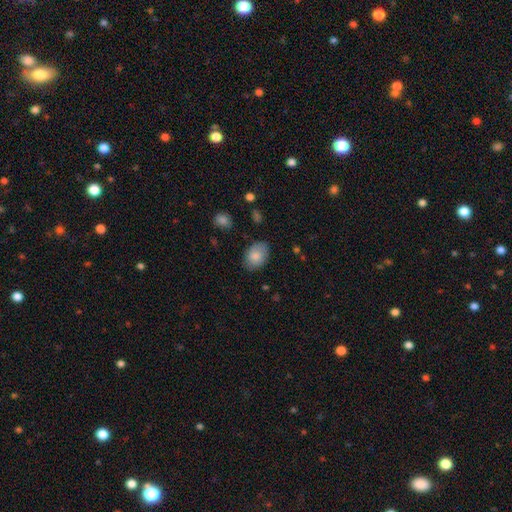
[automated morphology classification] Smooth or featured?
  - smooth: 82% *
  - featured or disk: 11%
  - star or artifact: 7%
How rounded?
  - in between: 81% *
  - round: 18%
  - cigar-shaped: 1%
Merging?
  - none: 77% *
  - minor disturbance: 18%
  - major disturbance: 4%
  - merger: 2%